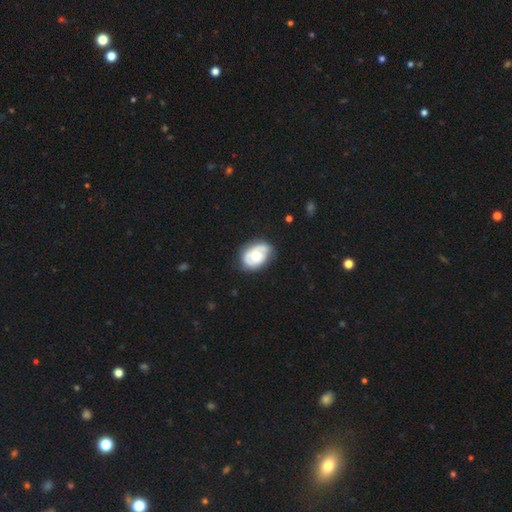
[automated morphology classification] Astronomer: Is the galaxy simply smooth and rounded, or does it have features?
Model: featured or disk — 62%.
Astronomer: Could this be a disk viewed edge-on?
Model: no — 96%.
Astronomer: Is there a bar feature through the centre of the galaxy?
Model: no — 73%.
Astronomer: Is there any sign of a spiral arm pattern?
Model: yes — 78%.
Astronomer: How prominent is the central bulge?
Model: moderate — 56%.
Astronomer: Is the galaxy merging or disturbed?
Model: none — 66%.